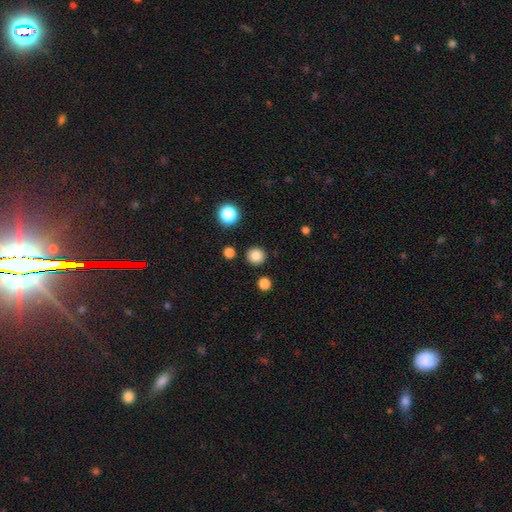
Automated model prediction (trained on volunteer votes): smooth-or-featured: smooth: 83% | star or artifact: 12% | featured or disk: 5%
  how-rounded: round: 93% | in between: 6% | cigar-shaped: 1%
  merging: none: 90% | minor disturbance: 6% | merger: 2% | major disturbance: 2%